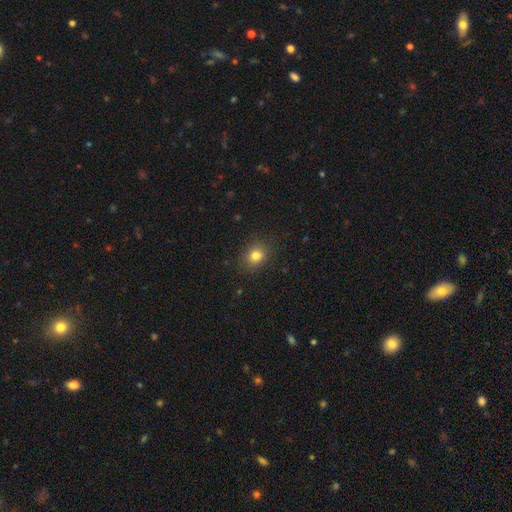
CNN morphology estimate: smooth 82%, star or artifact 12%, featured or disk 6%. Down the decision tree: how rounded — round (63%); merging — none (86%).